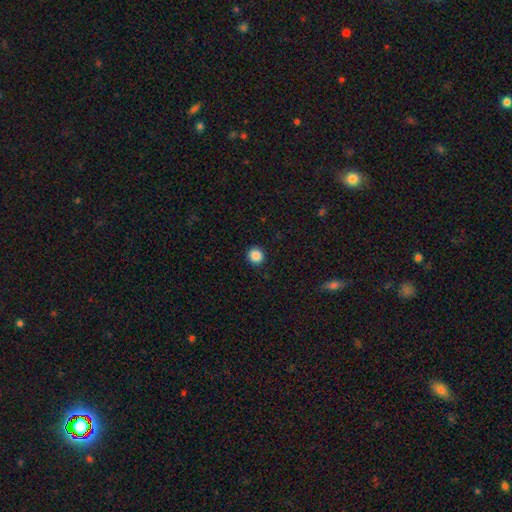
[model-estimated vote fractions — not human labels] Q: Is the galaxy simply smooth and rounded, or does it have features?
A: smooth — 88%.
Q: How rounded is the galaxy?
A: round — 93%.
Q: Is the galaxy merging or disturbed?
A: none — 93%.